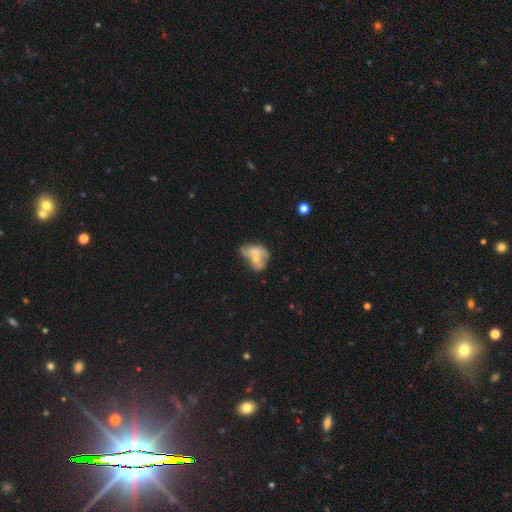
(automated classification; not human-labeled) This appears to be a smooth galaxy with no disk features (48%). Merging: merger (52%).